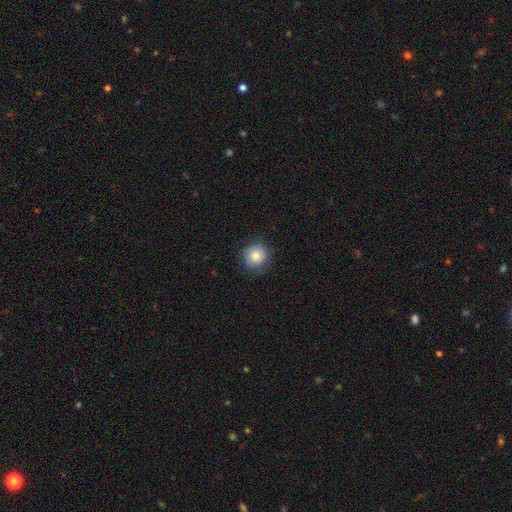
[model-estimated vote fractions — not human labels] Q: Smooth or featured?
A: smooth (78%); runner-up: featured or disk (13%)
Q: How rounded?
A: round (92%); runner-up: in between (7%)
Q: Merging?
A: none (83%); runner-up: minor disturbance (13%)